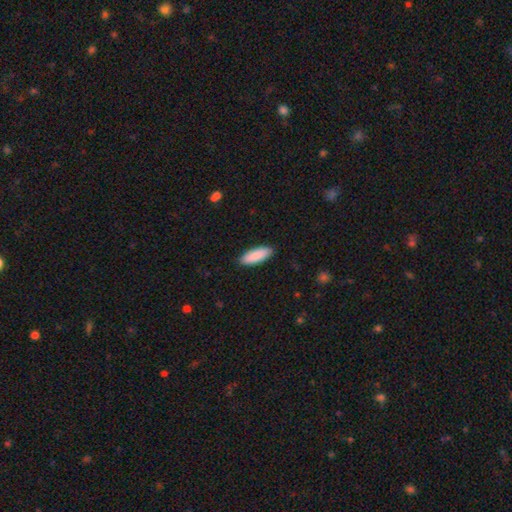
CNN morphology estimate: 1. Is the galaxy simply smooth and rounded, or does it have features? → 90% smooth, 5% star or artifact, 5% featured or disk.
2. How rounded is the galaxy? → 67% in between, 32% cigar-shaped, 1% round.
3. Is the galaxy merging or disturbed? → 90% none, 8% minor disturbance, 2% major disturbance, 1% merger.